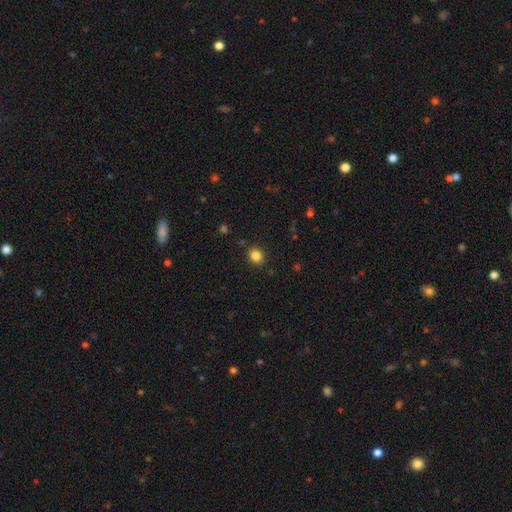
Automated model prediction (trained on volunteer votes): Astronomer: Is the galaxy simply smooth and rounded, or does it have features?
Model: smooth — 84%.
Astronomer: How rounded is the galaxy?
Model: round — 63%.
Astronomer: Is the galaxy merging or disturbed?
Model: none — 88%.